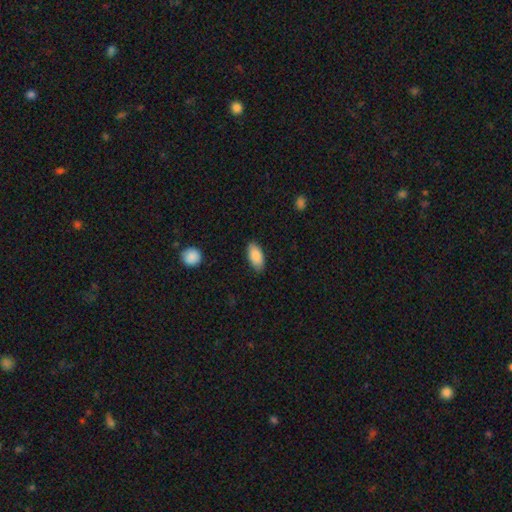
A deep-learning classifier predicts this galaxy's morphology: Overall: smooth (87%). How rounded: in between (93%). Merging: none (84%).